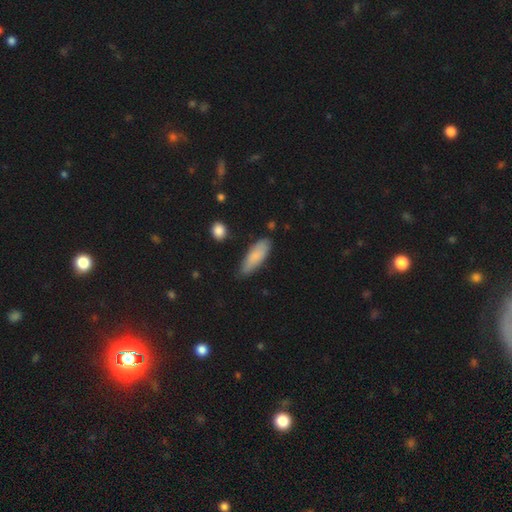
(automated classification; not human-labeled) This is clearly a smooth galaxy (82%). How rounded: likely in between (62%). Merging: likely none (76%).